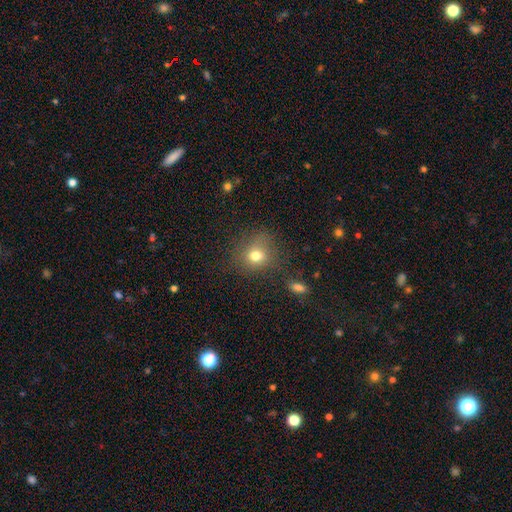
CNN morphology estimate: A smooth galaxy with no disk features (75%) that is round (74%). Merging: none (70%).